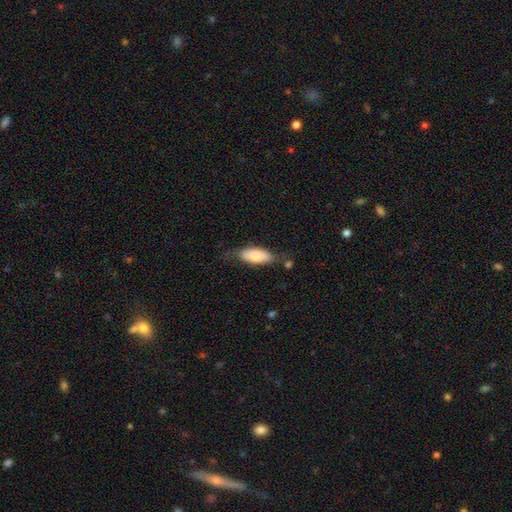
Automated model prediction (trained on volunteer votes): smooth-or-featured: smooth: 78% | featured or disk: 16% | star or artifact: 6%
  how-rounded: in between: 76% | cigar-shaped: 22% | round: 2%
  merging: none: 55% | minor disturbance: 29% | major disturbance: 11% | merger: 4%